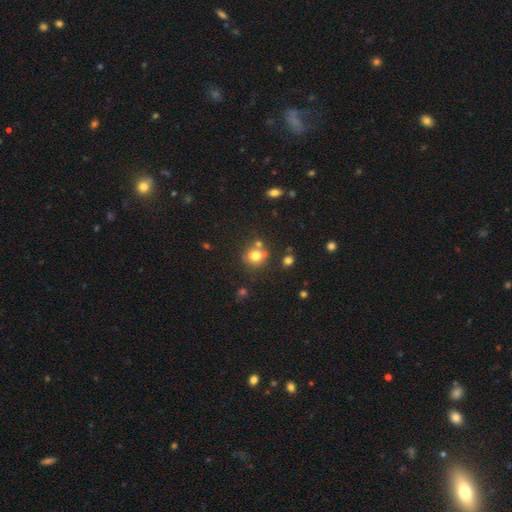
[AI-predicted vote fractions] Smooth or featured: smooth — 76% (star or artifact — 13%)
How rounded: round — 82% (in between — 17%)
Merging: none — 66% (merger — 17%)